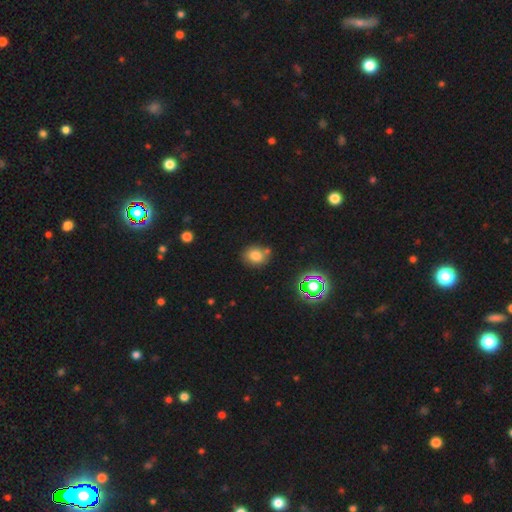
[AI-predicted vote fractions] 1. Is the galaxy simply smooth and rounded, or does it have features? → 77% smooth, 15% star or artifact, 9% featured or disk.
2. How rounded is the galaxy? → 55% round, 44% in between, 1% cigar-shaped.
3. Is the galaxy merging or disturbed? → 71% none, 15% minor disturbance, 10% merger, 4% major disturbance.